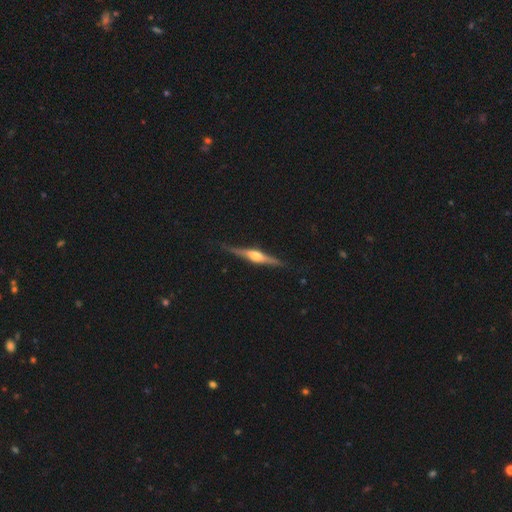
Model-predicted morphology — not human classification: smooth-or-featured: featured or disk: 78% | smooth: 17% | star or artifact: 5%
  disk-edge-on: yes: 98% | no: 2%
    edge-on-bulge: rounded: 89% | boxy: 8% | none: 3%
  merging: none: 86% | minor disturbance: 11% | major disturbance: 2% | merger: 1%